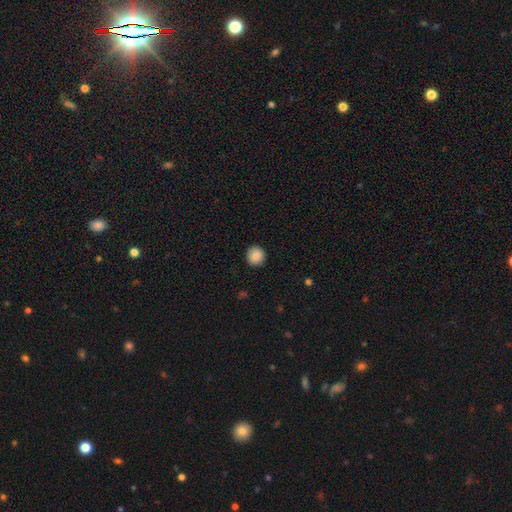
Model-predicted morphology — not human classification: smooth-or-featured: smooth: 86% | star or artifact: 8% | featured or disk: 6%
  how-rounded: round: 92% | in between: 7% | cigar-shaped: 1%
  merging: none: 91% | minor disturbance: 6% | major disturbance: 2% | merger: 1%